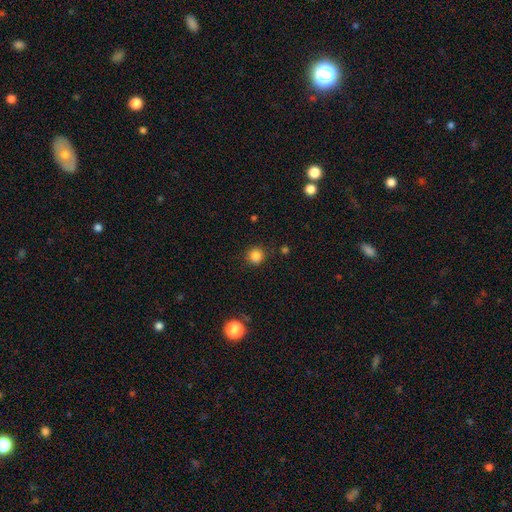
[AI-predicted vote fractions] This is clearly a smooth galaxy (84%). How rounded: clearly round (92%). Merging: clearly none (88%).